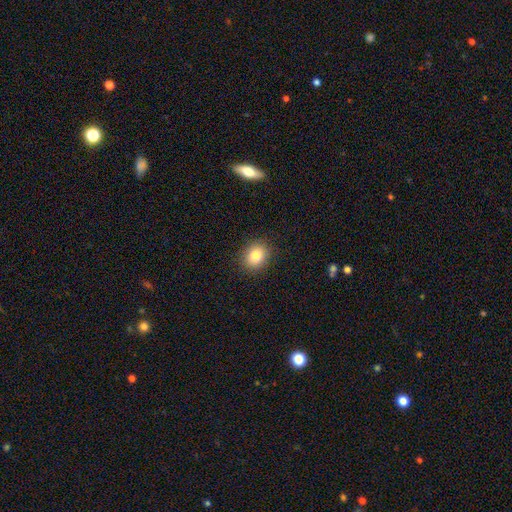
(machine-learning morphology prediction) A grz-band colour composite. It shows a smooth galaxy with no disk features (83%) that is round (56%). Merging: none (88%).